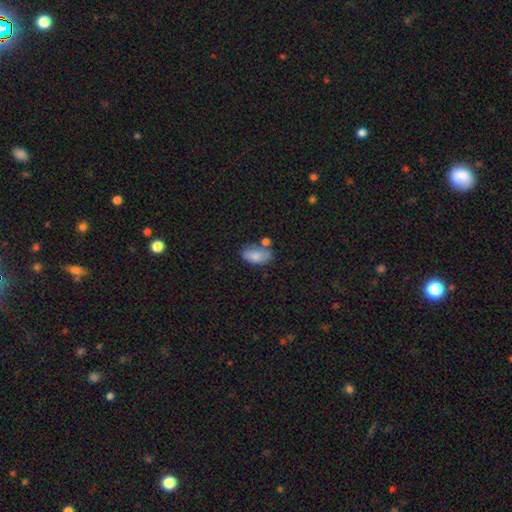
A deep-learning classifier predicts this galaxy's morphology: Smooth or featured? Predicted: smooth (p=0.80). How rounded? Predicted: in between (p=0.92). Merging? Predicted: none (p=0.53).